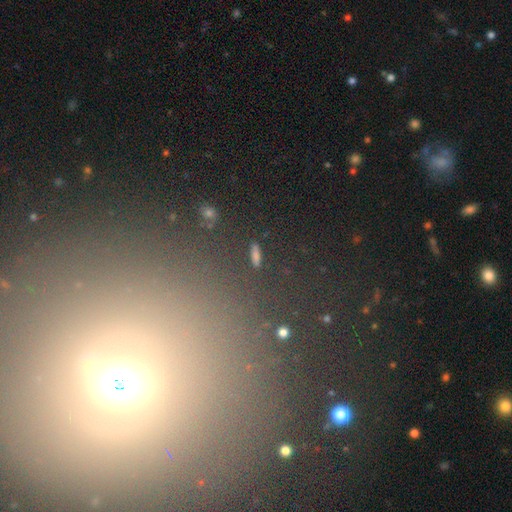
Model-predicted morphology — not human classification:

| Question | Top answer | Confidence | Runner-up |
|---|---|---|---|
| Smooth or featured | smooth | 46% | star or artifact (34%) |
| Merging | none | 85% | minor disturbance (8%) |